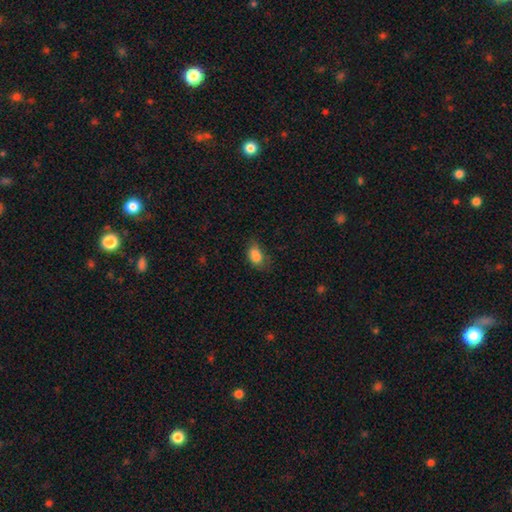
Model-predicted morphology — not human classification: smooth-or-featured: smooth: 82% | star or artifact: 10% | featured or disk: 8%
  how-rounded: in between: 84% | round: 14% | cigar-shaped: 2%
  merging: none: 50% | minor disturbance: 33% | major disturbance: 13% | merger: 5%